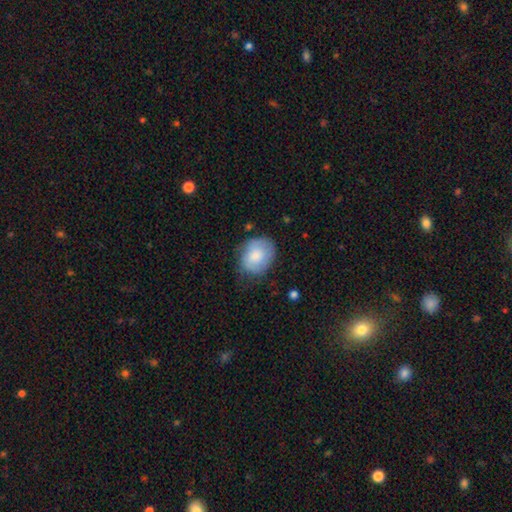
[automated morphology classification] smooth-or-featured: smooth: 71% | featured or disk: 23% | star or artifact: 7%
  how-rounded: round: 51% | in between: 48% | cigar-shaped: 1%
  merging: none: 62% | minor disturbance: 28% | major disturbance: 9% | merger: 2%